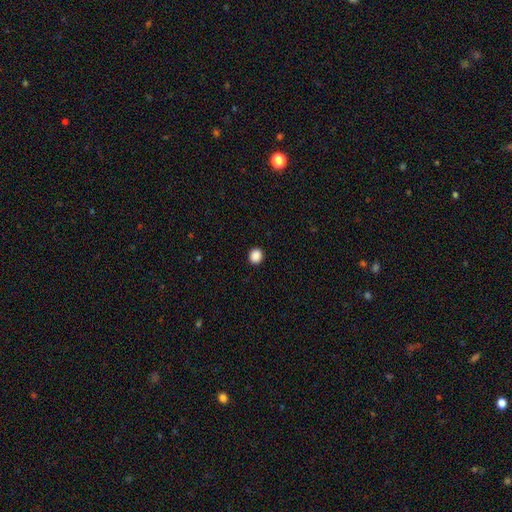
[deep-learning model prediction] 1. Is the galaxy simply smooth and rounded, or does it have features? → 88% smooth, 10% star or artifact, 2% featured or disk.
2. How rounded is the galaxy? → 82% round, 17% in between, 1% cigar-shaped.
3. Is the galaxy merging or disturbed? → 93% none, 5% minor disturbance, 2% major disturbance, 1% merger.